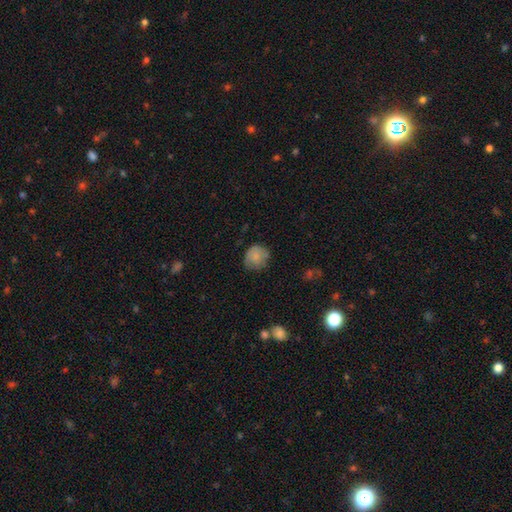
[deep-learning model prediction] Smooth or featured: smooth — 80% (featured or disk — 11%)
How rounded: round — 81% (in between — 18%)
Merging: none — 68% (minor disturbance — 25%)